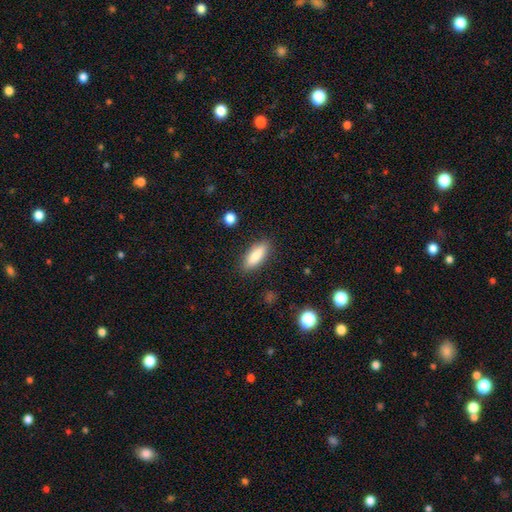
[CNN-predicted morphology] Smooth or featured: smooth — 84% (featured or disk — 9%)
How rounded: in between — 62% (cigar-shaped — 36%)
Merging: none — 87% (minor disturbance — 10%)